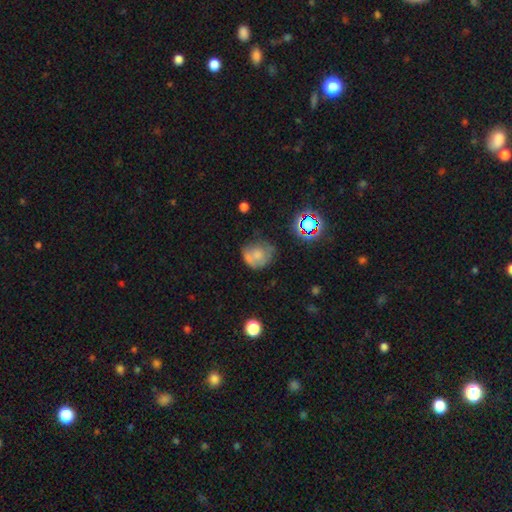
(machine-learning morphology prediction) type=smooth (58%); roundness=round (71%); merging=none (45%).